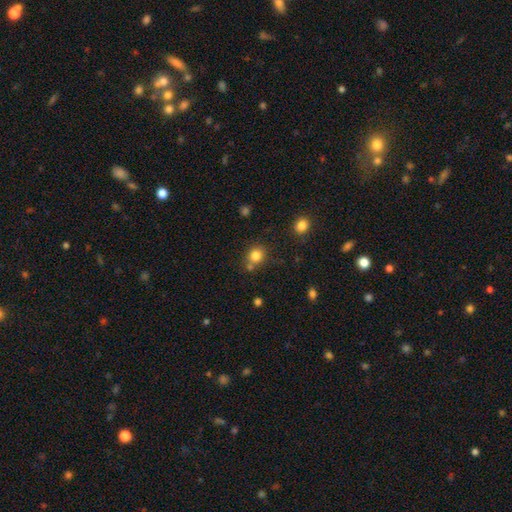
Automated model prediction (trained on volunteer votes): The model was most divided on "merging": none: 66%, merger: 18%, minor disturbance: 12%, major disturbance: 4%. More confident: how rounded — round (83%); smooth or featured — smooth (81%).